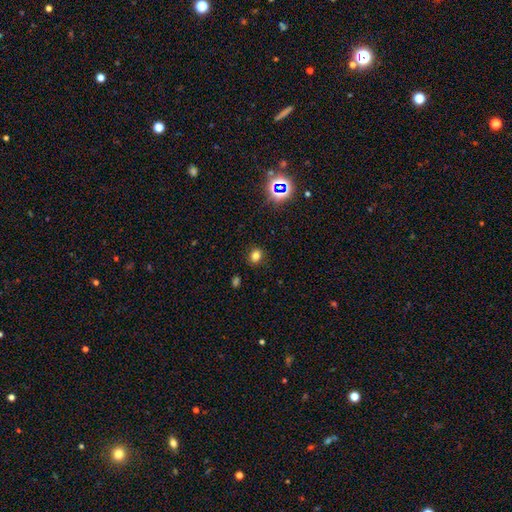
smooth-or-featured: smooth: 92% | star or artifact: 5% | featured or disk: 3%
  how-rounded: round: 47% (tied) | in between: 47% (tied) | cigar-shaped: 6%
  merging: none: 89% | minor disturbance: 9% | major disturbance: 3% | merger: 0%